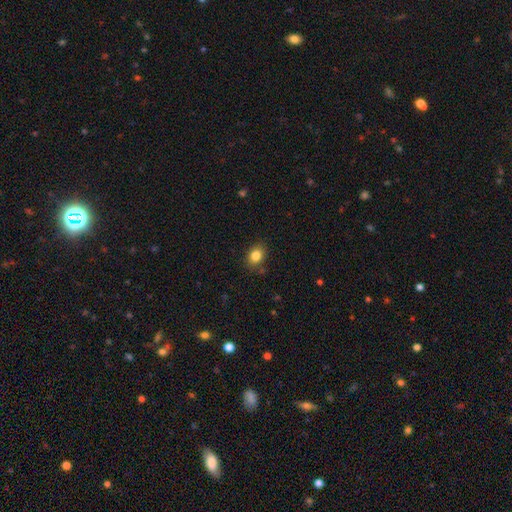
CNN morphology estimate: Smooth or featured? smooth (84%)
How rounded? in between (55%)
Merging? none (83%)